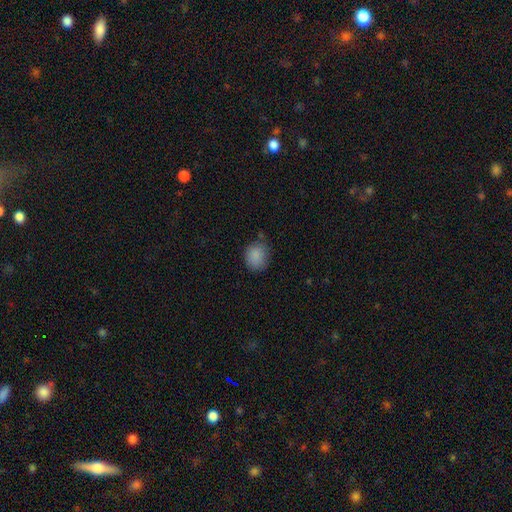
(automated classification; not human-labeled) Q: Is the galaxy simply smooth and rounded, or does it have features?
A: smooth — 87%.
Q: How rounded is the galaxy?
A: round — 69%.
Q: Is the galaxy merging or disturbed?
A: none — 72%.